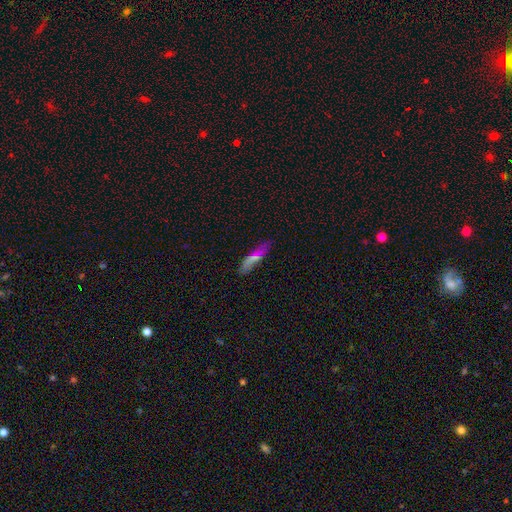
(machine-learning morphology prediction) Smooth or featured? smooth (55%)
How rounded? cigar-shaped (74%)
Merging? none (76%)